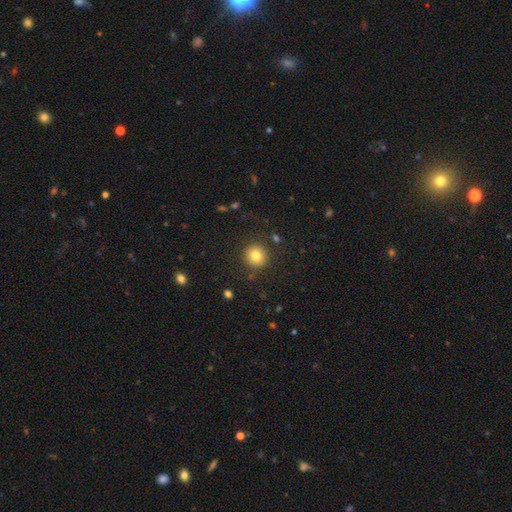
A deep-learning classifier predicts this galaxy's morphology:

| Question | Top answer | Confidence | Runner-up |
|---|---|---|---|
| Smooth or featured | smooth | 81% | star or artifact (12%) |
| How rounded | round | 92% | in between (7%) |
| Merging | none | 87% | minor disturbance (8%) |